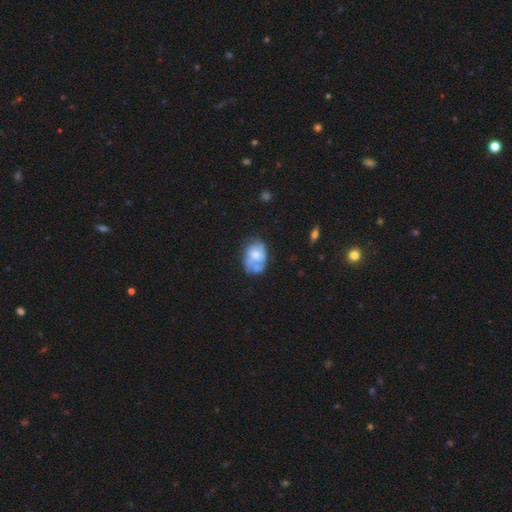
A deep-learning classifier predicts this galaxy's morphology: smooth_or_featured: featured or disk (p=0.55) [alt: smooth p=0.37]
disk_edge_on: no (p=0.97) [alt: yes p=0.03]
bar: no (p=0.80) [alt: weak p=0.17]
has_spiral_arms: yes (p=0.52) [alt: no p=0.48]
bulge_size: moderate (p=0.50) [alt: small p=0.30]
merging: none (p=0.41) [alt: minor disturbance p=0.28]